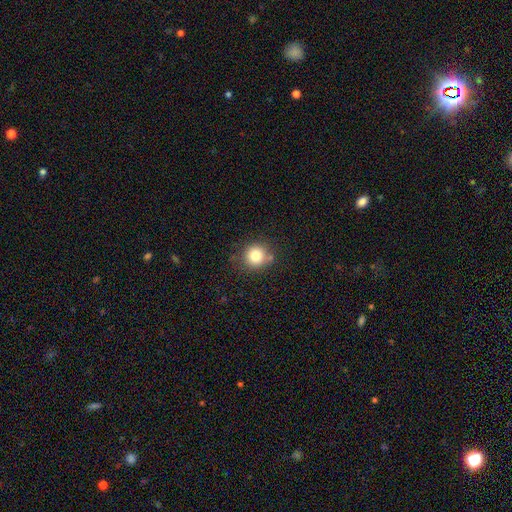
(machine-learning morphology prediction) A smooth galaxy with no disk features (80%) that is round (89%). Merging: none (77%).